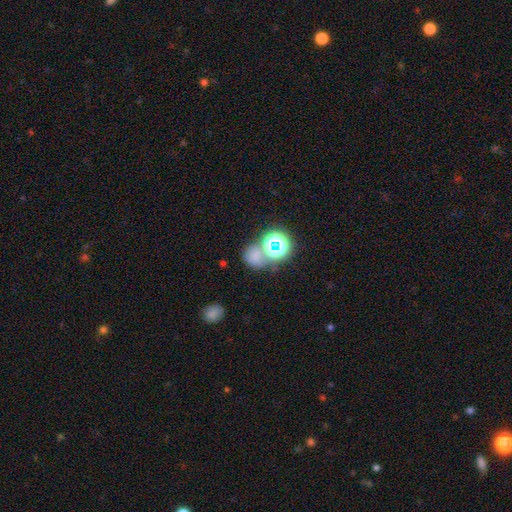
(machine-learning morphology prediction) This appears to be a smooth galaxy with no disk features (54%) that is round (68%). Merging: none (50%).